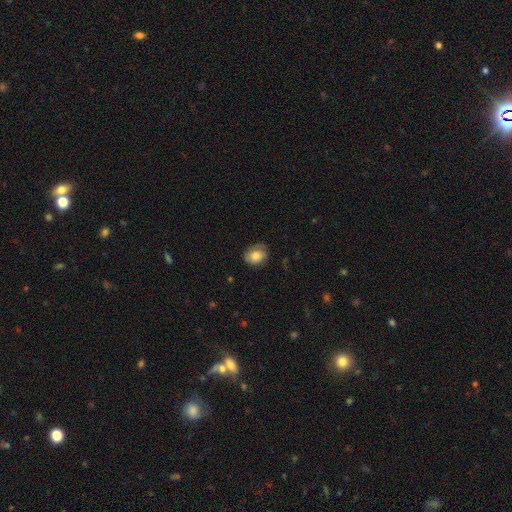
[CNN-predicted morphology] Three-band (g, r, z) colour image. It shows a smooth galaxy with no disk features (71%) that is round (52%). Merging: none (68%).